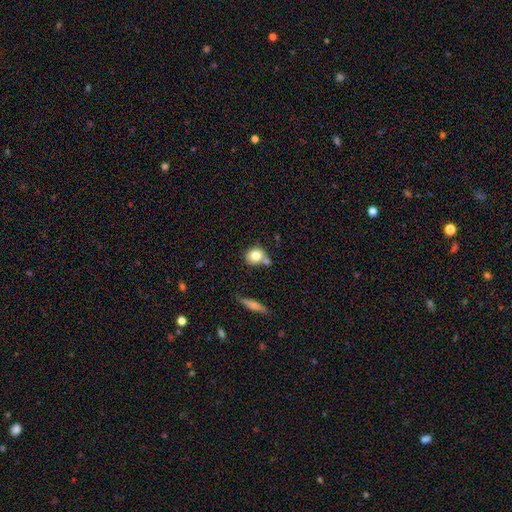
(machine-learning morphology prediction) smooth 78%, featured or disk 13%, star or artifact 9%. Down the decision tree: how rounded — round (74%); merging — none (53%).